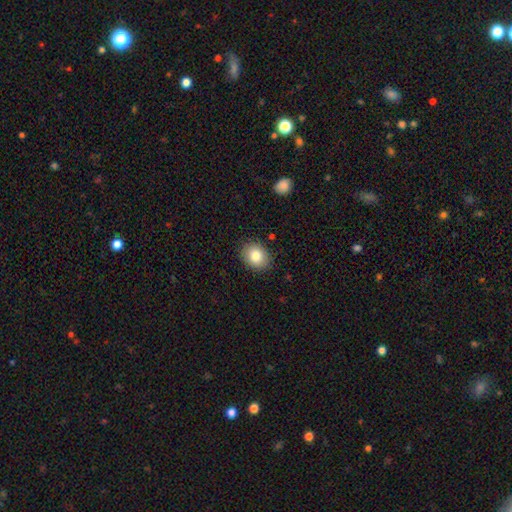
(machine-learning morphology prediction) Smooth or featured? smooth (82%)
How rounded? round (51%)
Merging? none (87%)